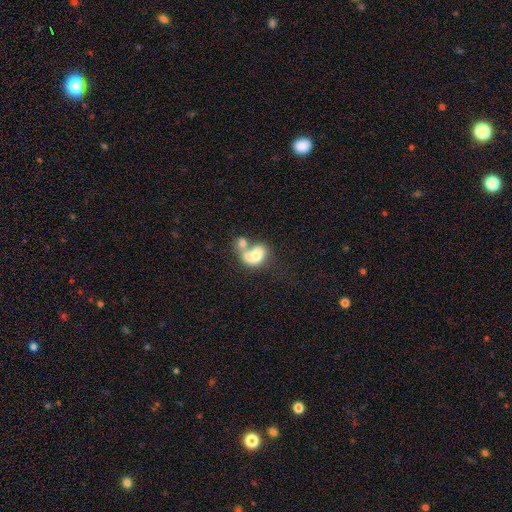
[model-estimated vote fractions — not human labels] Smooth or featured? Predicted: smooth (p=0.68). How rounded? Predicted: in between (p=0.67). Merging? Predicted: merger (p=0.69).